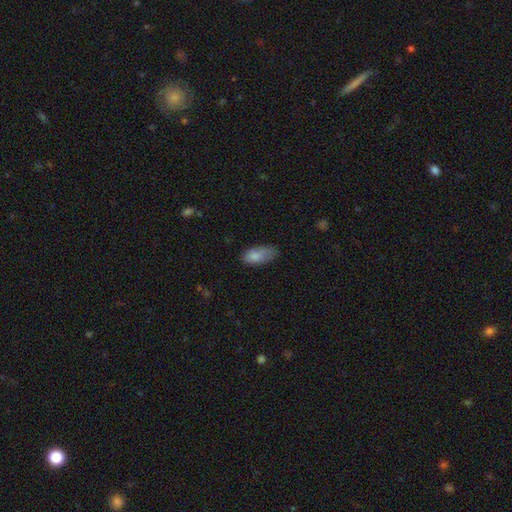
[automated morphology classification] type=smooth (83%); roundness=in between (89%); merging=none (50%).